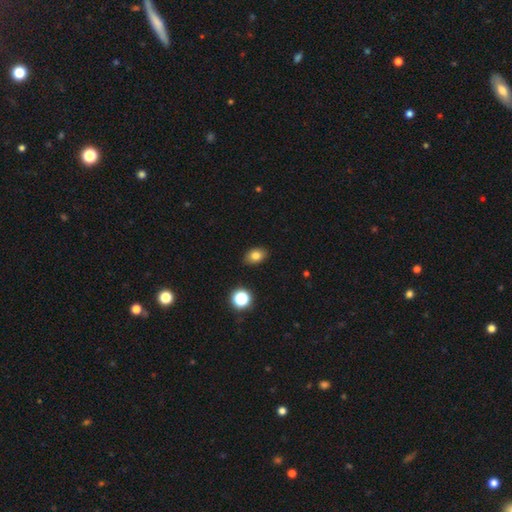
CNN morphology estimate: Smooth or featured?
  - smooth: 80% *
  - star or artifact: 12%
  - featured or disk: 9%
How rounded?
  - in between: 77% *
  - round: 21%
  - cigar-shaped: 1%
Merging?
  - none: 86% *
  - minor disturbance: 10%
  - major disturbance: 2%
  - merger: 2%